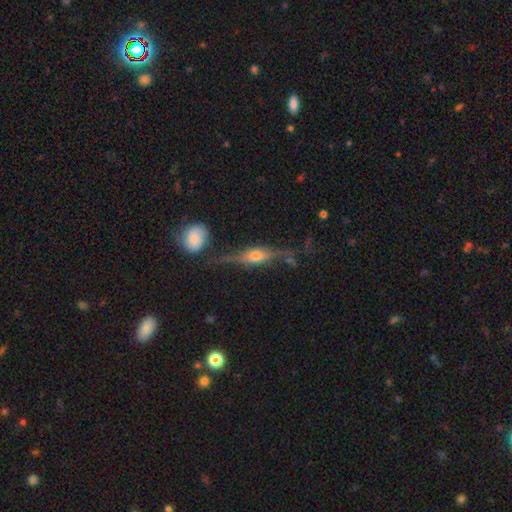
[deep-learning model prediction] Smooth or featured?
  - featured or disk: 77% *
  - smooth: 15%
  - star or artifact: 7%
Edge-on disk?
  - yes: 93% *
  - no: 7%
Edge-on bulge?
  - rounded: 91% *
  - boxy: 7%
  - none: 3%
Merging?
  - none: 69% *
  - minor disturbance: 17%
  - major disturbance: 8%
  - merger: 6%